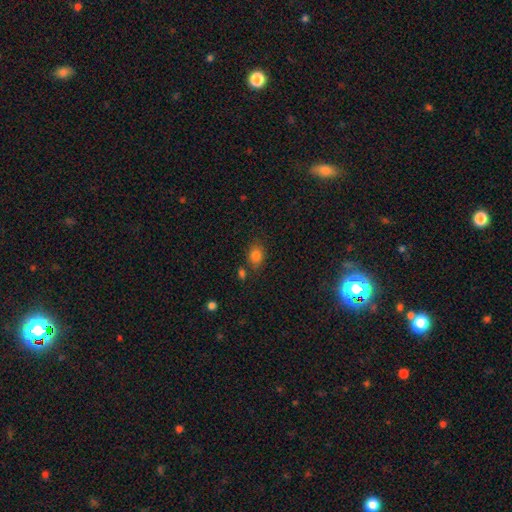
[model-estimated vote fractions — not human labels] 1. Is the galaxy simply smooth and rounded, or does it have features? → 81% smooth, 12% star or artifact, 7% featured or disk.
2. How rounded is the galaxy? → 60% in between, 39% round, 1% cigar-shaped.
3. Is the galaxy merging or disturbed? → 73% none, 15% minor disturbance, 8% merger, 4% major disturbance.